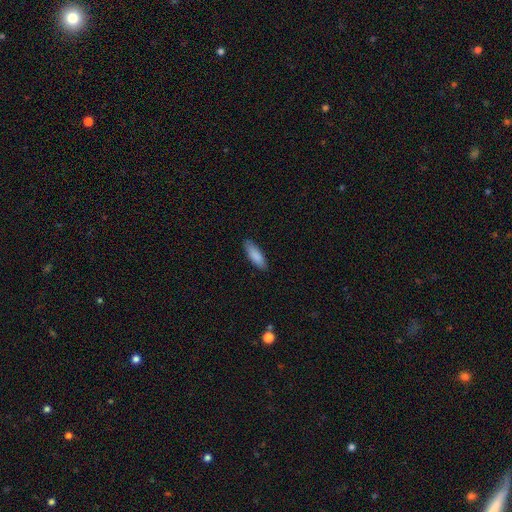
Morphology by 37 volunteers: A smooth galaxy with no disk features (95%) that is in between round and cigar-shaped (54%).

Vote fractions:
- Smooth or featured? smooth: 95% / featured or disk: 5% / star or artifact: 0%
- How rounded? in between: 54% / cigar-shaped: 46% / round: 0%
- Merging? none: 95% / minor disturbance: 5% / major disturbance: 0% / merger: 0%